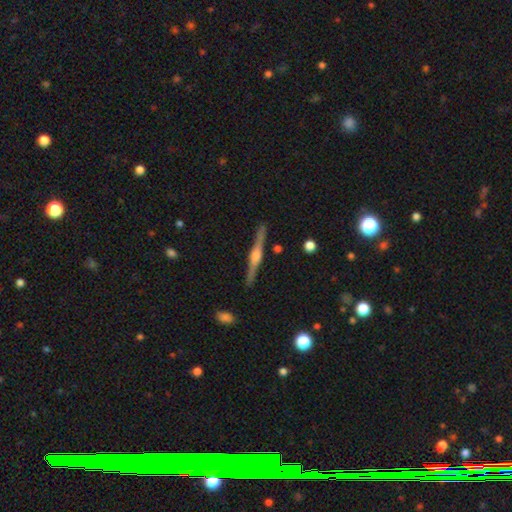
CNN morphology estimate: The model was most divided on "smooth or featured": featured or disk: 84%, smooth: 11%, star or artifact: 5%. More confident: edge-on disk — yes (98%); merging — none (91%); edge-on bulge — rounded (88%).